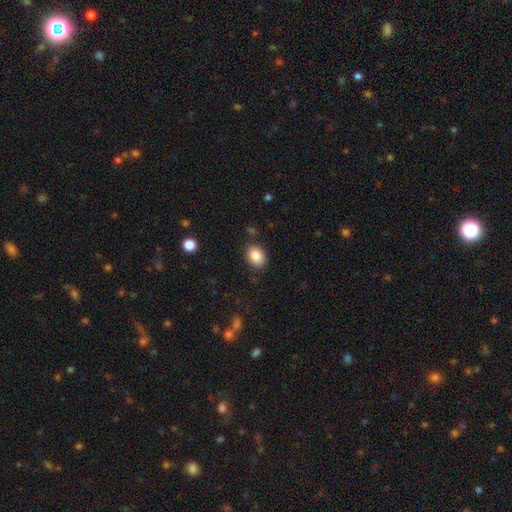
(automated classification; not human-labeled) This is clearly a smooth galaxy (88%). How rounded: likely in between (64%). Merging: clearly none (83%).